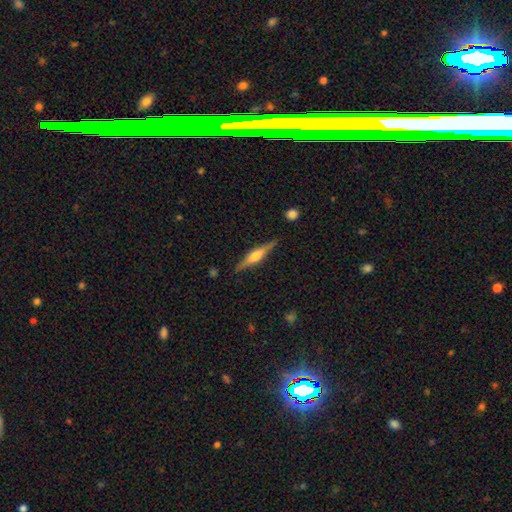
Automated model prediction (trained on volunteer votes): Smooth or featured?
  - featured or disk: 72% *
  - smooth: 22%
  - star or artifact: 6%
Edge-on disk?
  - yes: 98% *
  - no: 2%
Edge-on bulge?
  - rounded: 85% *
  - boxy: 11%
  - none: 3%
Merging?
  - none: 88% *
  - minor disturbance: 9%
  - major disturbance: 2%
  - merger: 1%